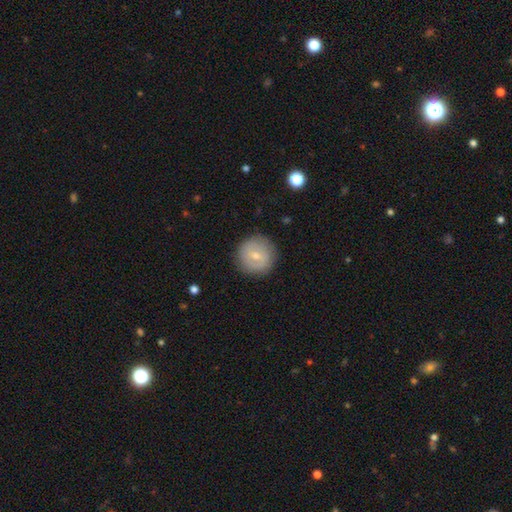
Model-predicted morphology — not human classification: smooth_or_featured: smooth (p=0.58) [alt: featured or disk p=0.34]
how_rounded: round (p=0.94) [alt: in between p=0.05]
merging: none (p=0.87) [alt: minor disturbance p=0.09]